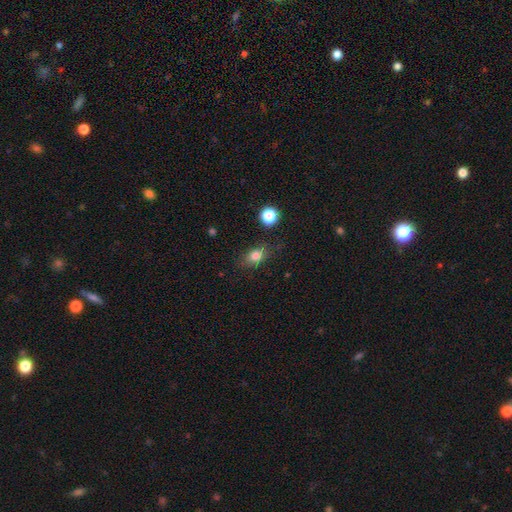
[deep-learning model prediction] This is likely a smooth galaxy (79%). How rounded: likely in between (68%). Merging: likely none (71%).